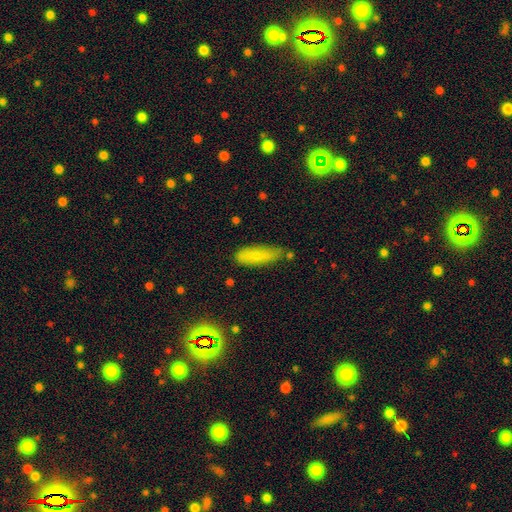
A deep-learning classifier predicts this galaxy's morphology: smooth_or_featured: smooth (p=0.73) [alt: featured or disk p=0.17]
how_rounded: in between (p=0.52) [alt: cigar-shaped p=0.46]
merging: none (p=0.65) [alt: minor disturbance p=0.25]